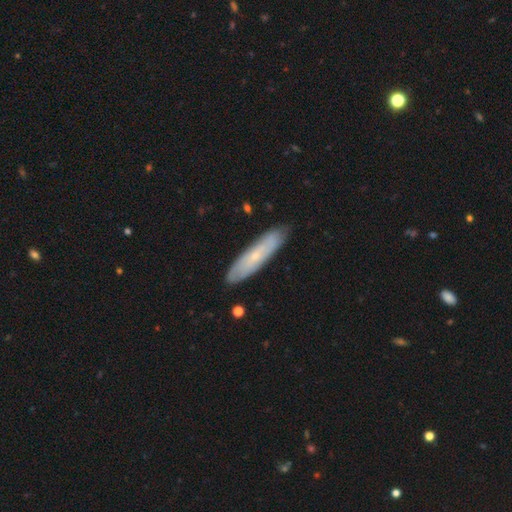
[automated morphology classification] This is possibly a featured or disk galaxy (48%). Merging: clearly none (86%).